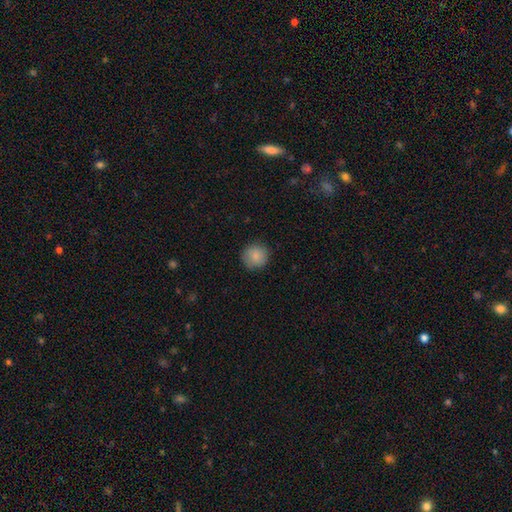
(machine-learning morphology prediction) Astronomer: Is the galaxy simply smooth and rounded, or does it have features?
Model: smooth — 85%.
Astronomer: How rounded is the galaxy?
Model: round — 92%.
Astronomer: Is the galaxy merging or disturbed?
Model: none — 86%.